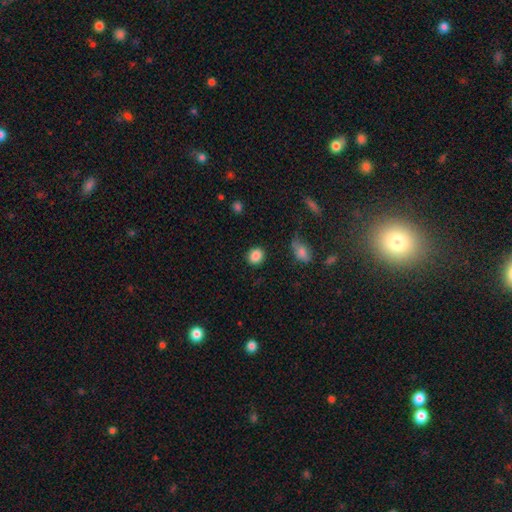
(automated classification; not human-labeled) Smooth or featured: smooth — 87% (star or artifact — 9%)
How rounded: round — 71% (in between — 28%)
Merging: none — 87% (minor disturbance — 8%)